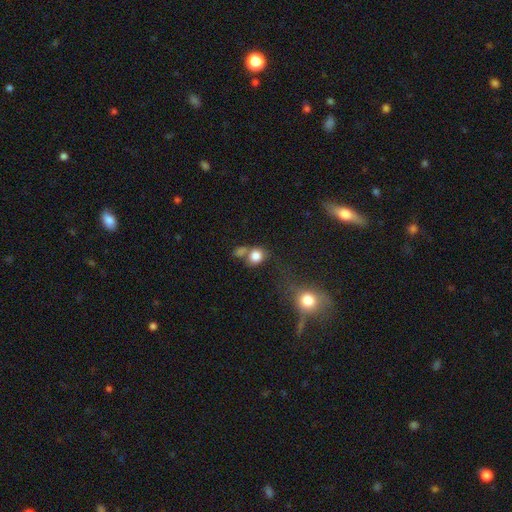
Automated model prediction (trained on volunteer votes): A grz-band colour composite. It shows a smooth galaxy with no disk features (80%) that is round (68%). Merging: none (43%).